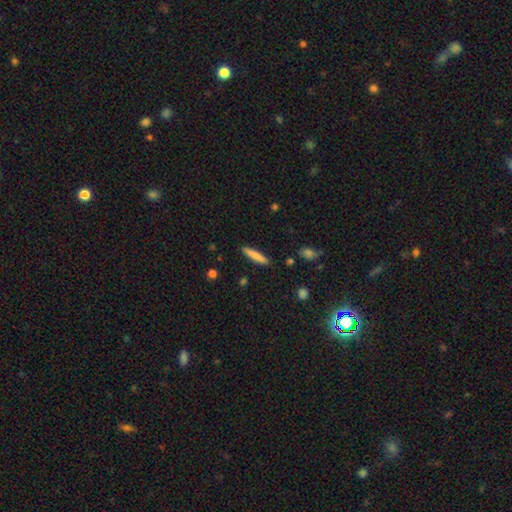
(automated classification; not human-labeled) The model was most divided on "smooth or featured": smooth: 77%, featured or disk: 17%, star or artifact: 6%. More confident: how rounded — cigar-shaped (91%); merging — none (89%).